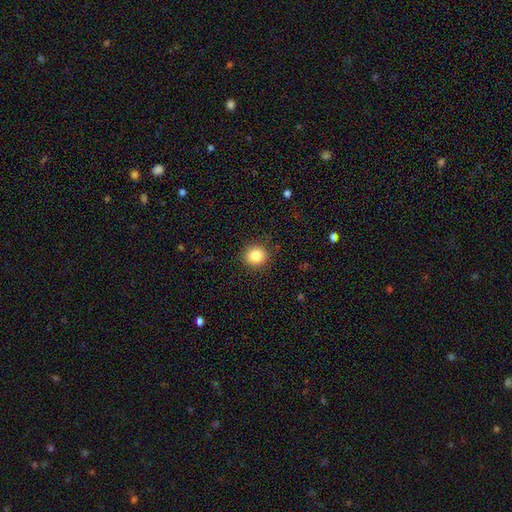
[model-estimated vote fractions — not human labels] This is clearly a smooth galaxy (85%). How rounded: clearly round (90%). Merging: clearly none (89%).